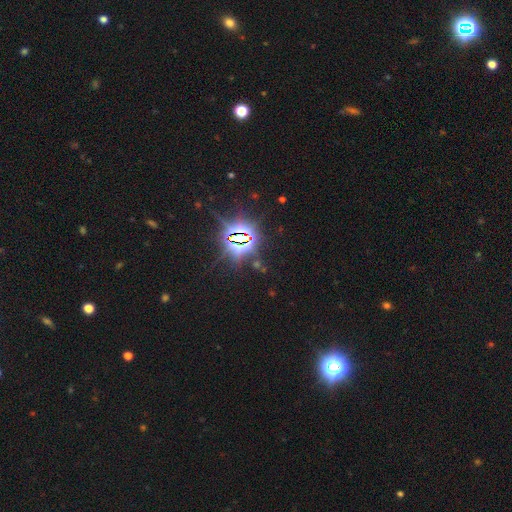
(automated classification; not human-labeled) This is clearly a star or artifact rather than a galaxy (84%).